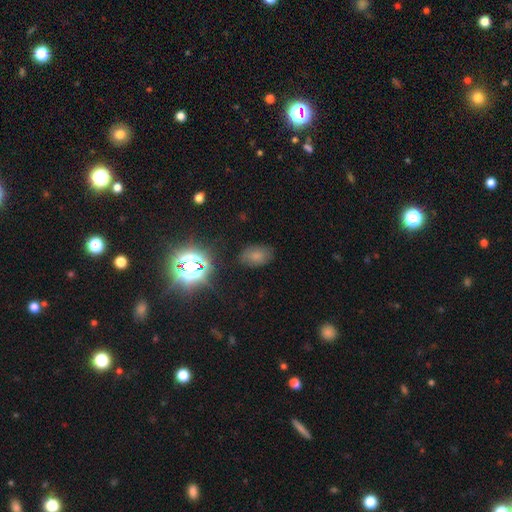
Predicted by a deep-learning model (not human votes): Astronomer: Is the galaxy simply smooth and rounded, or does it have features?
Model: smooth — 66%.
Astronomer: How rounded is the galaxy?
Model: in between — 80%.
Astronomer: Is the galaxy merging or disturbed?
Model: none — 78%.